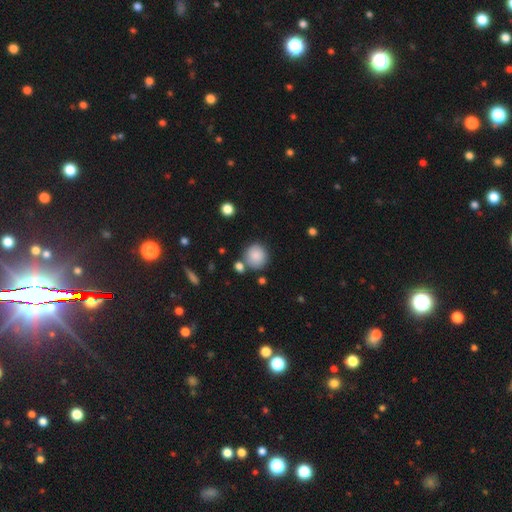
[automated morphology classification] Smooth or featured: smooth — 86% (star or artifact — 8%)
How rounded: round — 90% (in between — 9%)
Merging: none — 74% (merger — 12%)